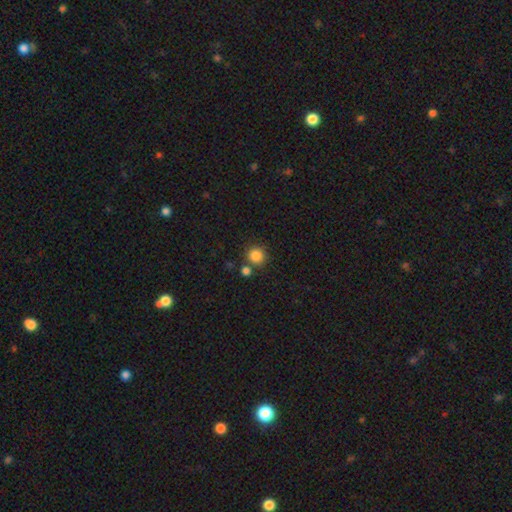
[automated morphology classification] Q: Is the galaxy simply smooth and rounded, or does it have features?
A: smooth — 85%.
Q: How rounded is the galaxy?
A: round — 93%.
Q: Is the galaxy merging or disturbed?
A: none — 75%.